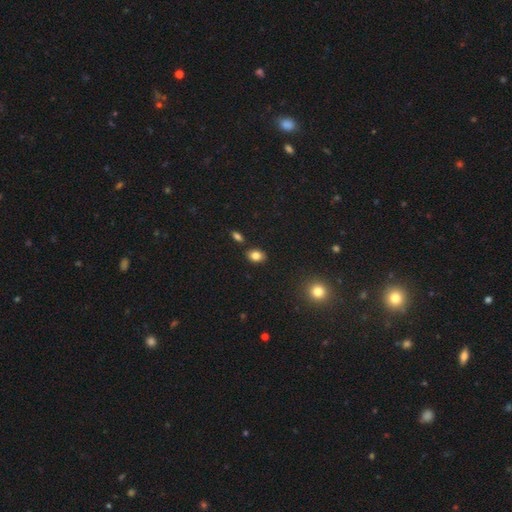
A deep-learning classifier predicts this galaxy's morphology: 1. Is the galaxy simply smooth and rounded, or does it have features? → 82% smooth, 10% star or artifact, 8% featured or disk.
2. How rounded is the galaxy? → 73% in between, 26% round, 1% cigar-shaped.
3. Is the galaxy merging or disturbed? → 84% none, 9% minor disturbance, 5% merger, 2% major disturbance.